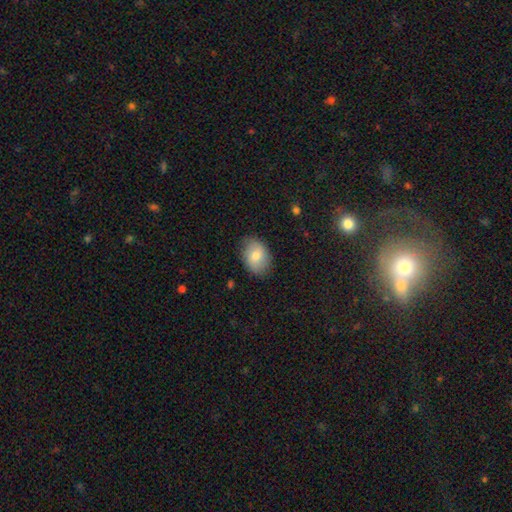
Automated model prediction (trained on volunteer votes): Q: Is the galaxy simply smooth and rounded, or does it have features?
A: smooth — 73%.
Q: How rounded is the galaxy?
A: in between — 74%.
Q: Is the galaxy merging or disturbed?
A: none — 83%.